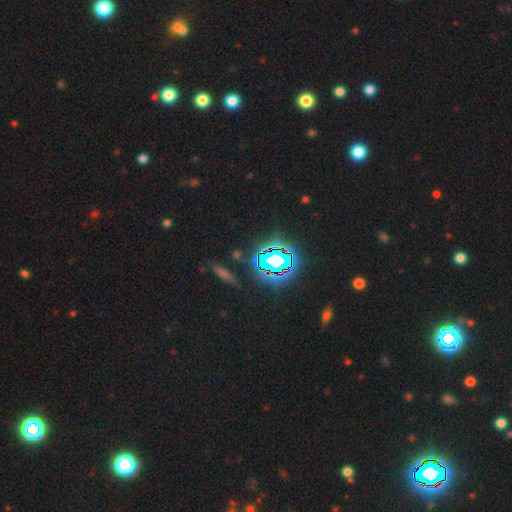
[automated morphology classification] type=star or artifact (82%).